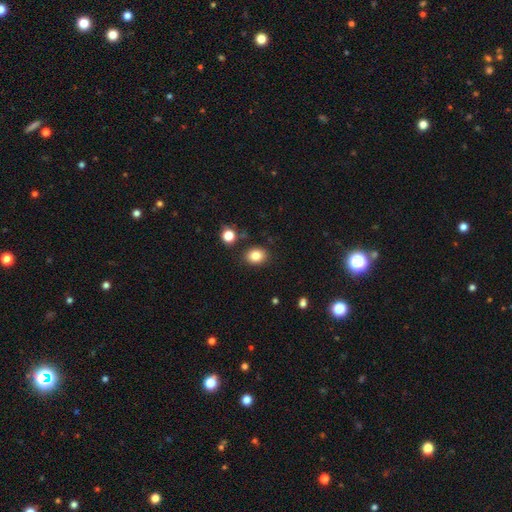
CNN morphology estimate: smooth 84%, star or artifact 10%, featured or disk 6%. Down the decision tree: how rounded — in between (52%); merging — none (84%).